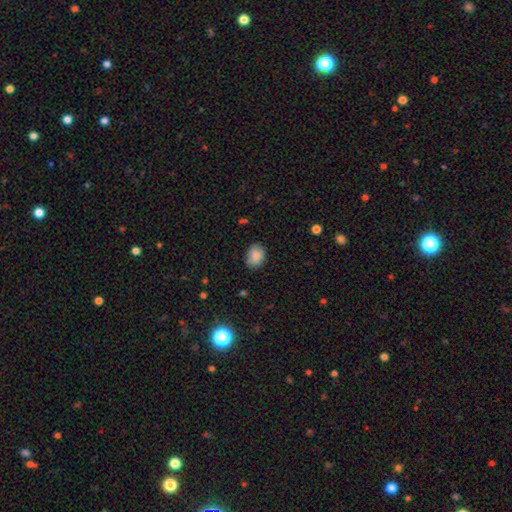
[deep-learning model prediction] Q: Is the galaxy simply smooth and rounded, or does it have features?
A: smooth — 85%.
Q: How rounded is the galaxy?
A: in between — 63%.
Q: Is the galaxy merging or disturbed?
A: none — 76%.